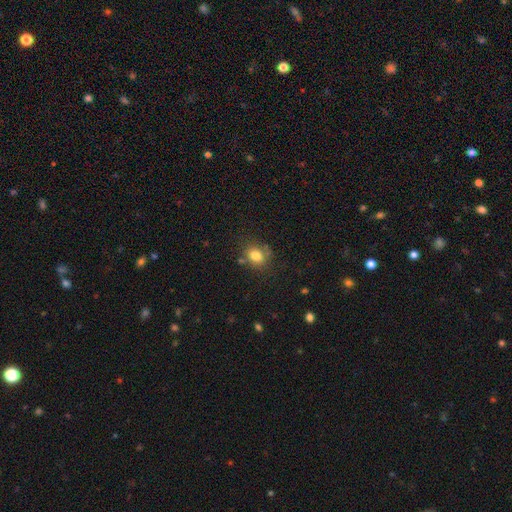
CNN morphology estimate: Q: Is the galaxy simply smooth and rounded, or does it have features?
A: smooth — 79%.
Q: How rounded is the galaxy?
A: round — 58%.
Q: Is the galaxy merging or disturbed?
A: none — 69%.